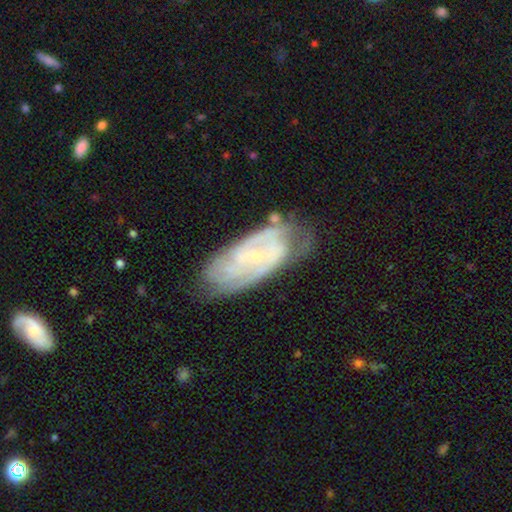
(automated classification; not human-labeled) This appears to be a featured or disk galaxy (79%) with no bar (52%), tight (58%) spiral arms (90%) and a small central bulge (78%). Merging: none (64%).